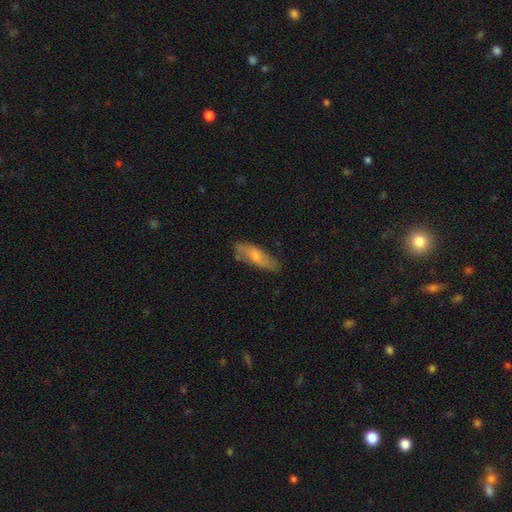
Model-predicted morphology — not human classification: The model was most divided on "how rounded": in between: 61%, cigar-shaped: 37%, round: 2%. More confident: merging — none (69%); smooth or featured — smooth (65%).